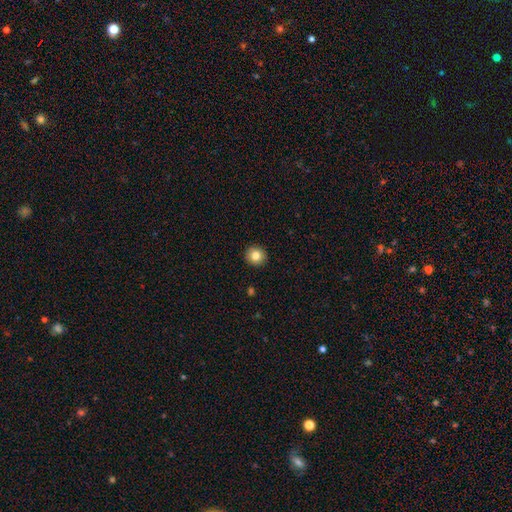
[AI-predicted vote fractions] This appears to be a smooth galaxy with no disk features (82%) that is round (91%). Merging: none (93%).